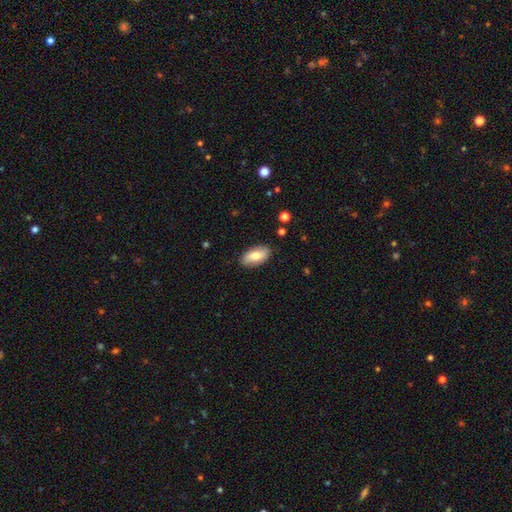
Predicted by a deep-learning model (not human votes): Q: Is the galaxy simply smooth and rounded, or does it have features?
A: smooth — 73%.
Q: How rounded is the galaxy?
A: in between — 93%.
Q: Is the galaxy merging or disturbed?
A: none — 86%.